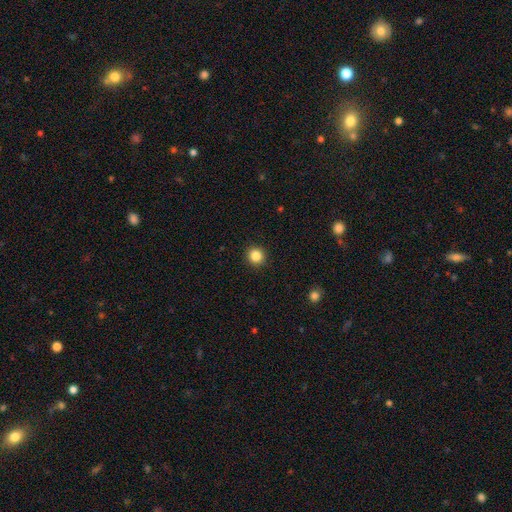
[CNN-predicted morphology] This is clearly a smooth galaxy (85%). How rounded: clearly round (94%). Merging: clearly none (92%).